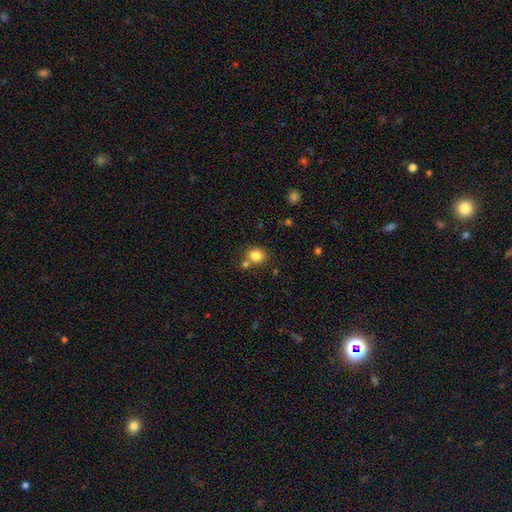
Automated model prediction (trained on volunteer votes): This appears to be a smooth galaxy with no disk features (83%) that is round (71%). Merging: none (67%).